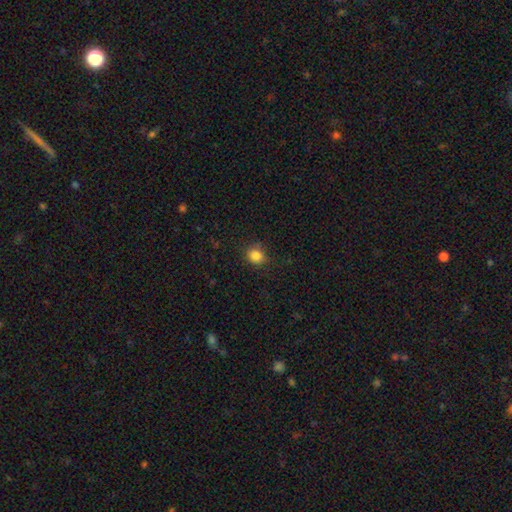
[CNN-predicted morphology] Q: Smooth or featured?
A: smooth (84%); runner-up: star or artifact (11%)
Q: How rounded?
A: round (77%); runner-up: in between (22%)
Q: Merging?
A: none (82%); runner-up: minor disturbance (13%)